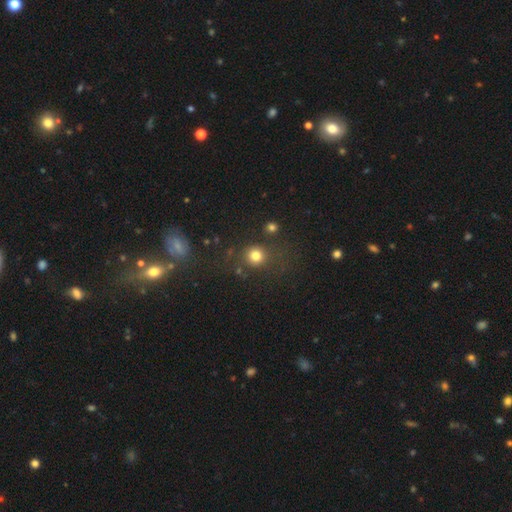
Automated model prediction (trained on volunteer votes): Smooth or featured: smooth — 78% (star or artifact — 15%)
How rounded: round — 86% (in between — 12%)
Merging: none — 72% (minor disturbance — 12%)